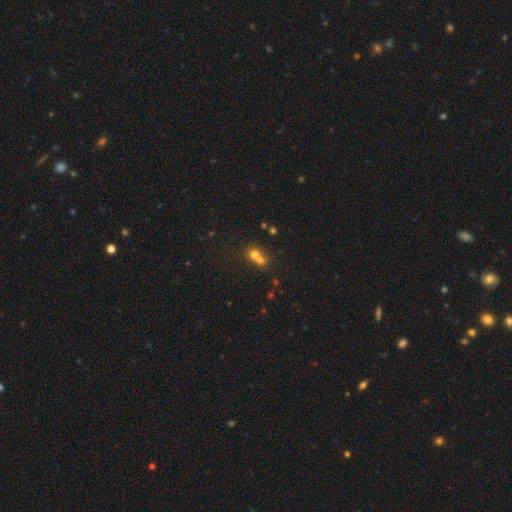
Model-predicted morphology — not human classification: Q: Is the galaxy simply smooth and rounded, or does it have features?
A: smooth — 66%.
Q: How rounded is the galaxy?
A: round — 78%.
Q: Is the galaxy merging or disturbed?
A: merger — 64%.